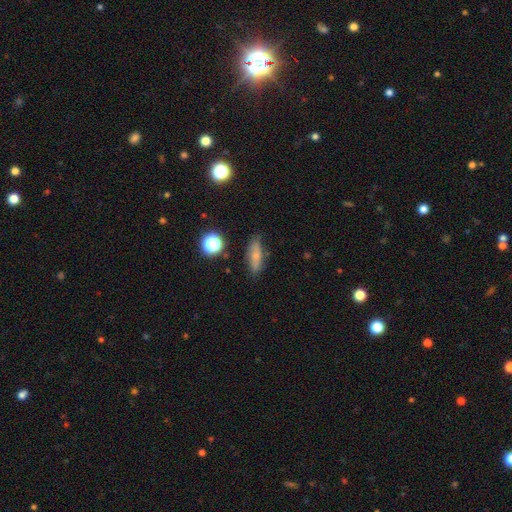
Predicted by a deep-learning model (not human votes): A smooth galaxy with no disk features (65%) that is in between round and cigar-shaped (52%).

Vote fractions:
- Smooth or featured? smooth: 65% / featured or disk: 24% / star or artifact: 11%
- How rounded? in between: 52% / cigar-shaped: 42% / round: 6%
- Merging? none: 77% / minor disturbance: 17% / major disturbance: 4% / merger: 2%